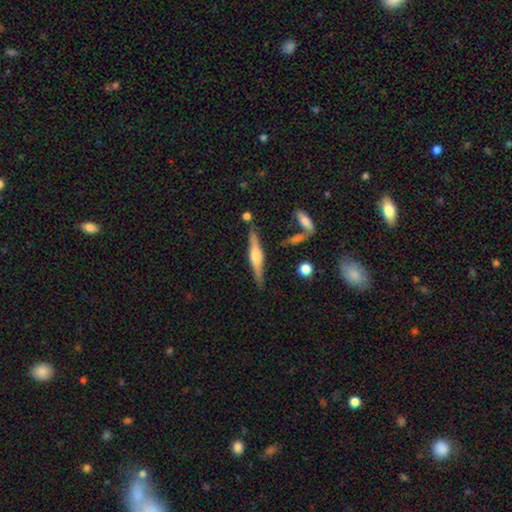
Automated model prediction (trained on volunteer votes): The model was most divided on "smooth or featured": featured or disk: 71%, smooth: 23%, star or artifact: 6%. More confident: edge-on disk — yes (97%); edge-on bulge — rounded (84%); merging — none (82%).